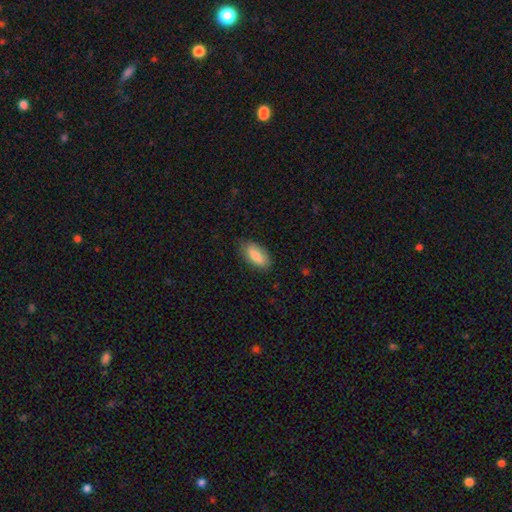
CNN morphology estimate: Smooth or featured? smooth (82%)
How rounded? in between (86%)
Merging? none (80%)